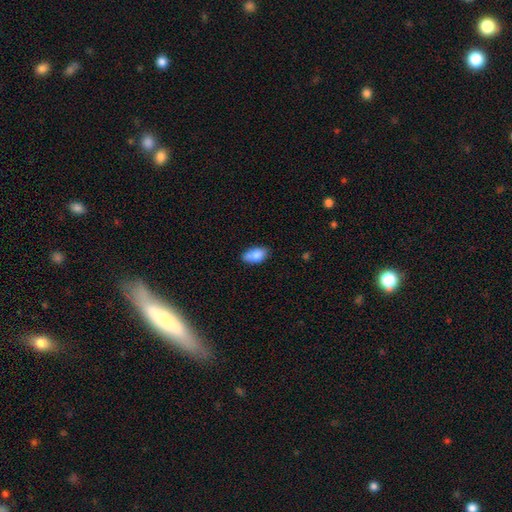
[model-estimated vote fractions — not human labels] A smooth galaxy with no disk features (80%) that is in between round and cigar-shaped (90%).

Vote fractions:
- Smooth or featured? smooth: 80% / featured or disk: 12% / star or artifact: 8%
- How rounded? in between: 90% / round: 6% / cigar-shaped: 3%
- Merging? none: 64% / minor disturbance: 24% / merger: 8% / major disturbance: 4%